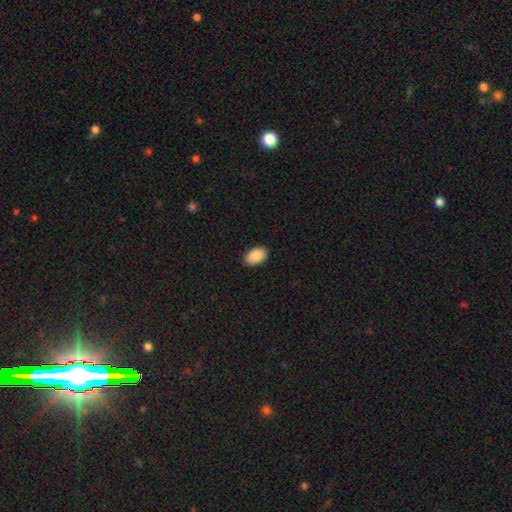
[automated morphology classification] Smooth or featured: smooth — 90% (star or artifact — 6%)
How rounded: in between — 93% (round — 6%)
Merging: none — 88% (minor disturbance — 9%)